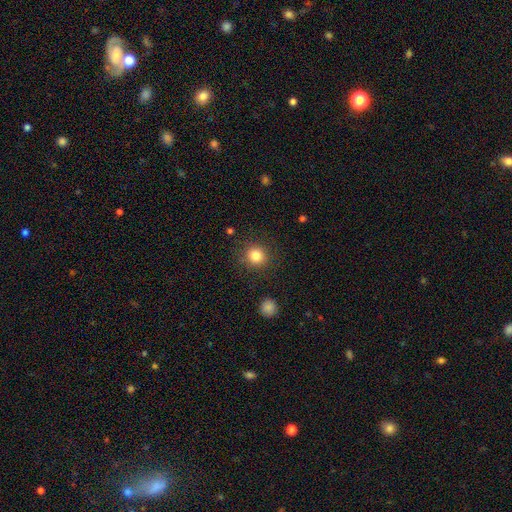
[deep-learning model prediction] Morphology: type=smooth (83%); roundness=round (90%); merging=none (87%).